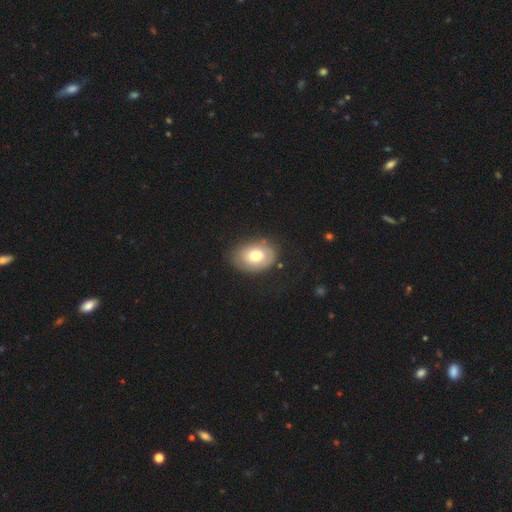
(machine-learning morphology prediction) The model was most divided on "smooth or featured": smooth: 67%, featured or disk: 25%, star or artifact: 7%. More confident: how rounded — in between (78%); merging — none (74%).